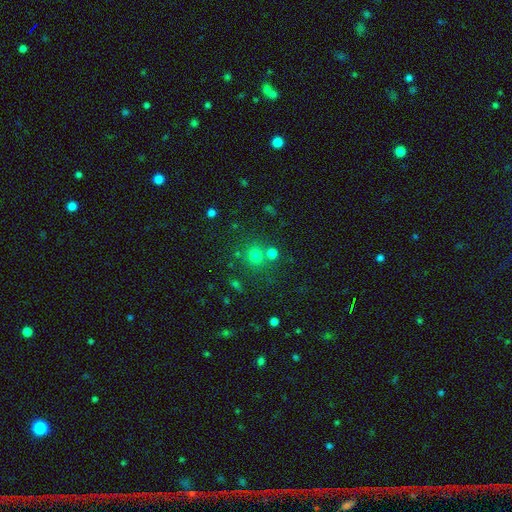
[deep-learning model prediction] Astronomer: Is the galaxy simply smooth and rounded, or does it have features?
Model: smooth — 73%.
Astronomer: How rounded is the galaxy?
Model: round — 89%.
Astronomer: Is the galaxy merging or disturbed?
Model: none — 70%.